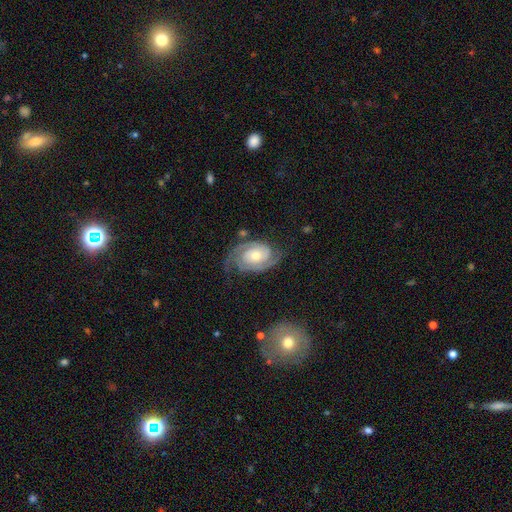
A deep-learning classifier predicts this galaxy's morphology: Smooth or featured? featured or disk (89%)
Edge-on disk? no (97%)
Bar? no (71%)
Spiral arms? yes (98%)
Spiral winding? tight (60%)
Spiral arm count? 2 (87%)
Bulge size? moderate (57%)
Merging? none (74%)